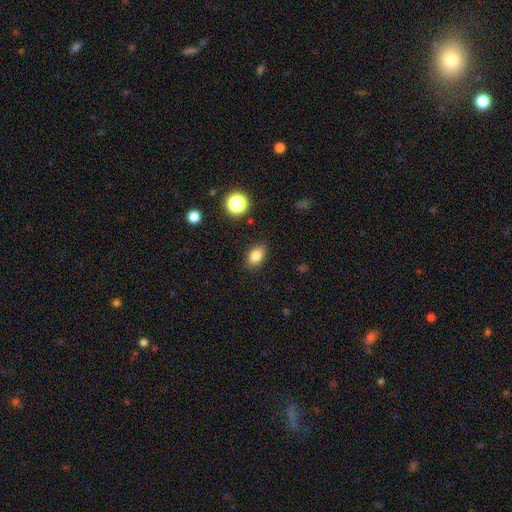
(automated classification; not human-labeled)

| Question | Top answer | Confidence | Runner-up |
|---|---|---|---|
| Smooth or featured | smooth | 83% | star or artifact (11%) |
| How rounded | in between | 81% | round (18%) |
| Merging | none | 87% | minor disturbance (9%) |